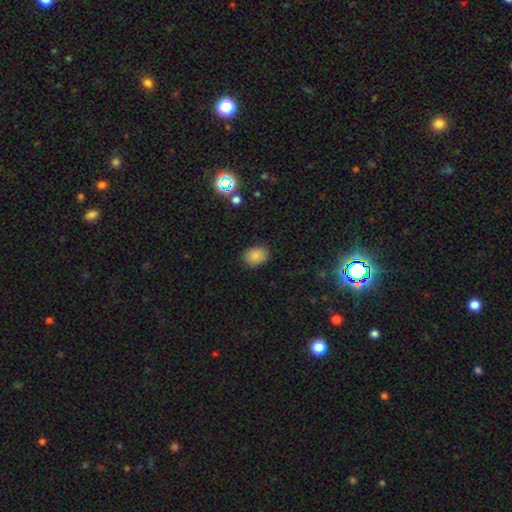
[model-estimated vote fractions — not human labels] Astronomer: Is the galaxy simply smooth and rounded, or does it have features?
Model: smooth — 84%.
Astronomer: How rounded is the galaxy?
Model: in between — 67%.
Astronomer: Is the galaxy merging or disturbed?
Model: none — 85%.